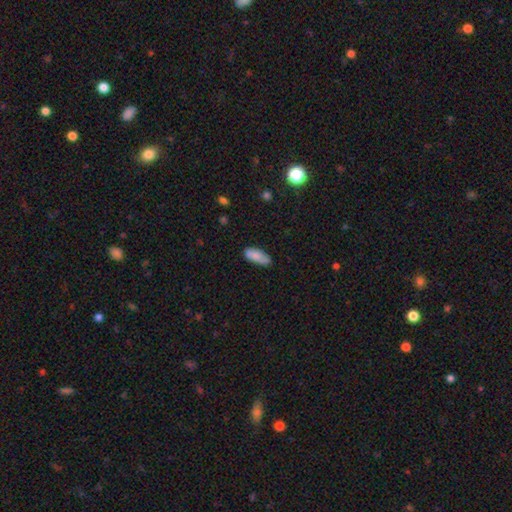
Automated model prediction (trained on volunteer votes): This appears to be a smooth galaxy with no disk features (84%) that is in between round and cigar-shaped (78%). Merging: none (75%).